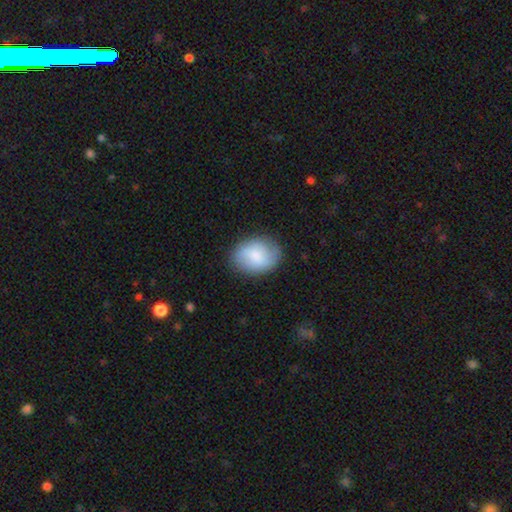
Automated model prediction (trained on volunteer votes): Smooth or featured?
  - smooth: 68% *
  - featured or disk: 25%
  - star or artifact: 7%
How rounded?
  - in between: 62% *
  - round: 37%
  - cigar-shaped: 1%
Merging?
  - none: 81% *
  - minor disturbance: 14%
  - major disturbance: 4%
  - merger: 1%